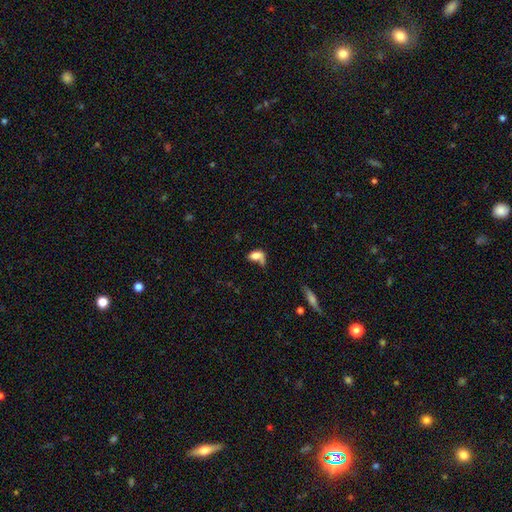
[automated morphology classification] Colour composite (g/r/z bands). It shows a smooth galaxy with no disk features (70%) that is in between round and cigar-shaped (81%). Merging: major disturbance (29%).